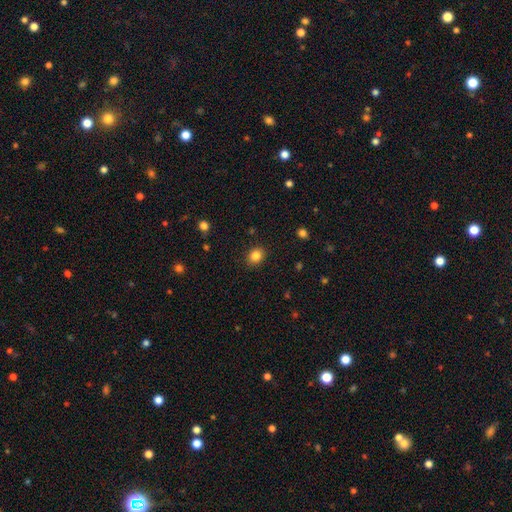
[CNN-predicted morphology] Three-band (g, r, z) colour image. It shows a smooth galaxy with no disk features (84%) that is round (62%). Merging: none (88%).